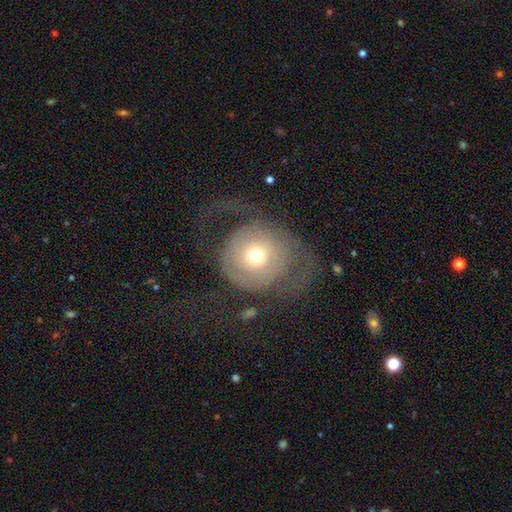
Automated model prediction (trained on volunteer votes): smooth-or-featured: featured or disk: 50% | smooth: 42% | star or artifact: 8%
  disk-edge-on: no: 96% | yes: 4%
  merging: major disturbance: 48% | none: 35% | minor disturbance: 15% | merger: 2%